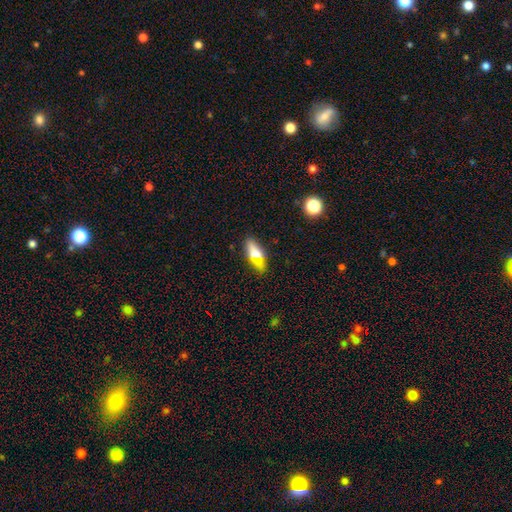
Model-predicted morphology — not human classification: This is possibly a smooth galaxy (57%). How rounded: possibly in between (60%). Merging: clearly none (84%).